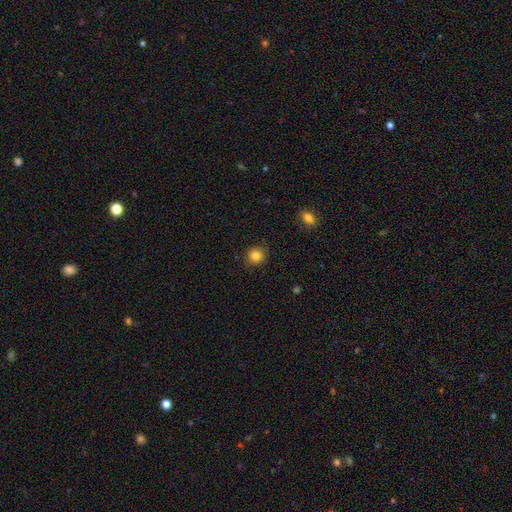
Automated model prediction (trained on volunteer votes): Smooth or featured? Predicted: smooth (p=0.84). How rounded? Predicted: round (p=0.91). Merging? Predicted: none (p=0.90).